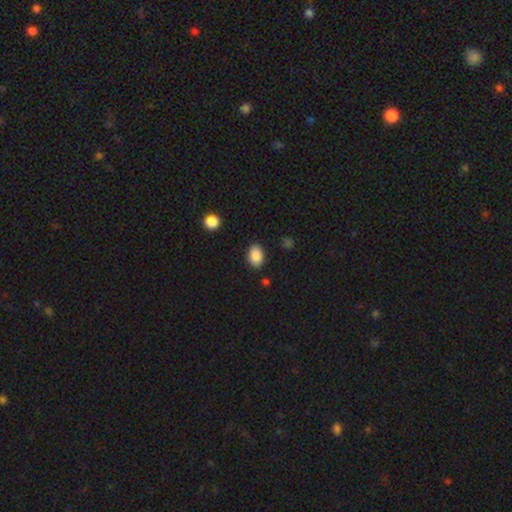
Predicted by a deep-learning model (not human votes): Smooth or featured?
  - smooth: 88% *
  - star or artifact: 8%
  - featured or disk: 4%
How rounded?
  - in between: 80% *
  - round: 19%
  - cigar-shaped: 1%
Merging?
  - none: 86% *
  - minor disturbance: 10%
  - major disturbance: 3%
  - merger: 2%